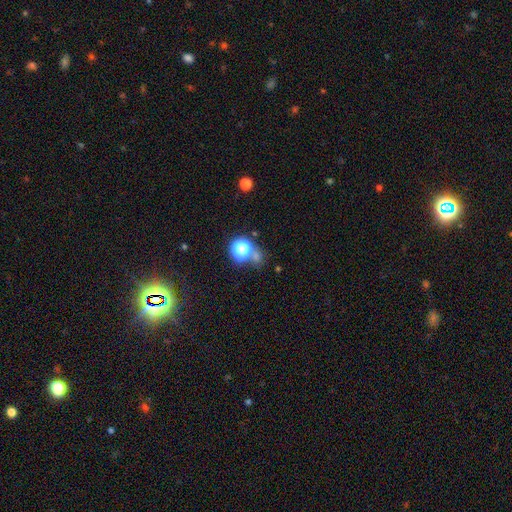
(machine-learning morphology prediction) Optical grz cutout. It shows a smooth galaxy with no disk features (49%). Merging: none (63%).